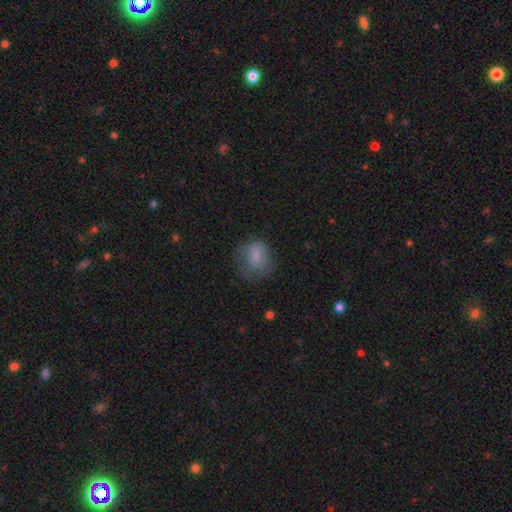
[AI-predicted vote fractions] Smooth or featured?
  - smooth: 73% *
  - featured or disk: 18%
  - star or artifact: 9%
How rounded?
  - round: 57% *
  - in between: 42%
  - cigar-shaped: 1%
Merging?
  - none: 49% *
  - minor disturbance: 27%
  - major disturbance: 22%
  - merger: 2%